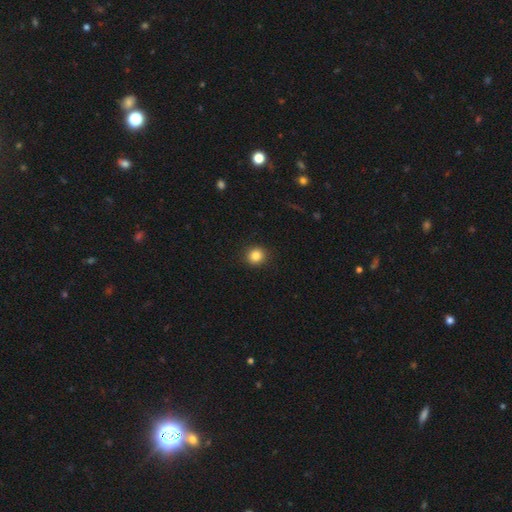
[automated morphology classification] This appears to be a smooth galaxy with no disk features (84%) that is round (90%). Merging: none (91%).